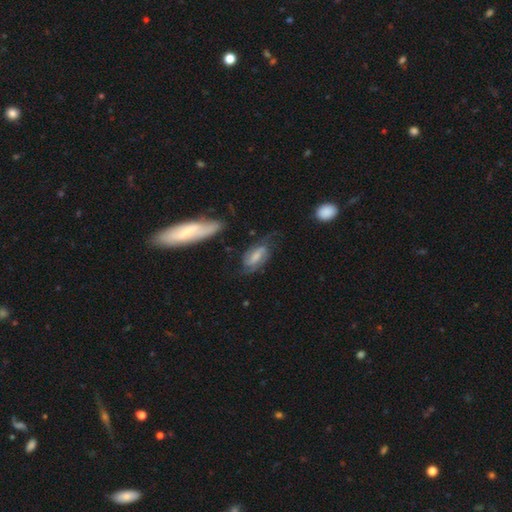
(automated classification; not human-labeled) This is likely a featured or disk galaxy (72%). It is clearly not viewed edge-on (94%). Bar: possibly weak (48%). Spiral arm pattern: clearly yes (92%). Spiral arm count: likely 2 (80%). Spiral winding: possibly medium (47%). Central bulge: marginally small (31%). Merging: possibly none (57%).